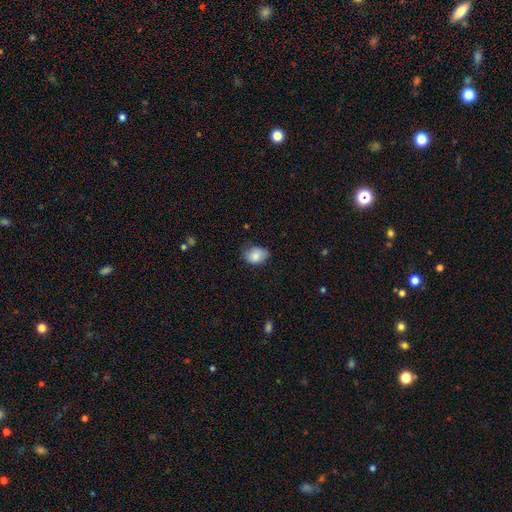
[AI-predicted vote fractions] Q: Smooth or featured?
A: smooth (84%); runner-up: featured or disk (9%)
Q: How rounded?
A: in between (64%); runner-up: round (35%)
Q: Merging?
A: none (58%); runner-up: minor disturbance (33%)